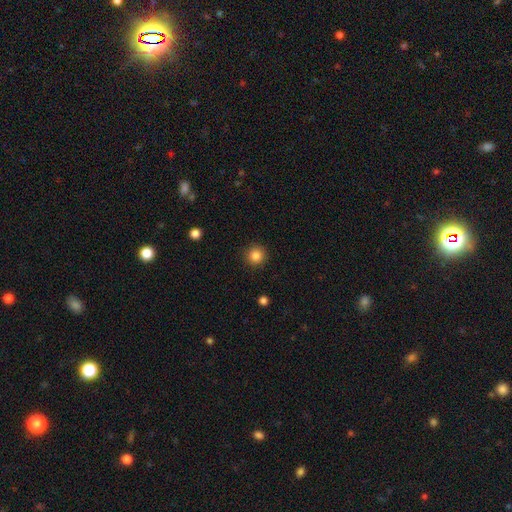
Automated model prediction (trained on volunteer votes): Q: Smooth or featured?
A: smooth (85%); runner-up: star or artifact (11%)
Q: How rounded?
A: round (95%); runner-up: in between (4%)
Q: Merging?
A: none (92%); runner-up: minor disturbance (5%)